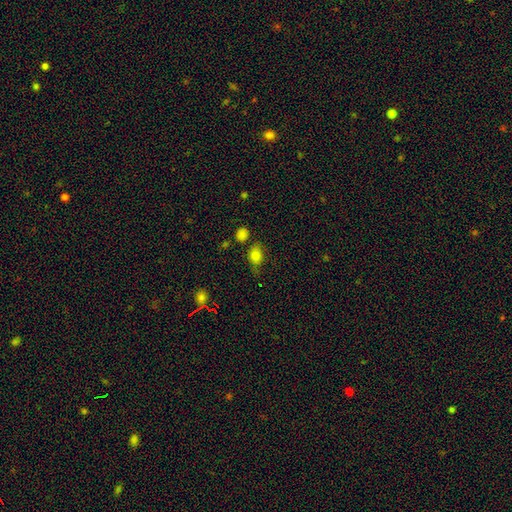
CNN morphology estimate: Smooth or featured? Predicted: smooth (p=0.79). How rounded? Predicted: in between (p=0.57). Merging? Predicted: none (p=0.59).